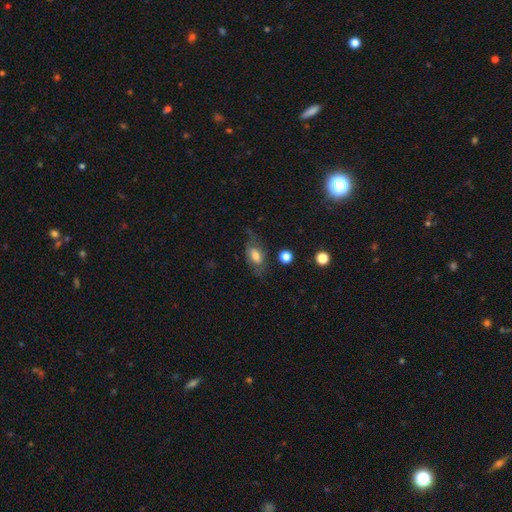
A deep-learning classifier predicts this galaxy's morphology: Smooth or featured? Predicted: smooth (p=0.55). How rounded? Predicted: in between (p=0.84). Merging? Predicted: none (p=0.56).